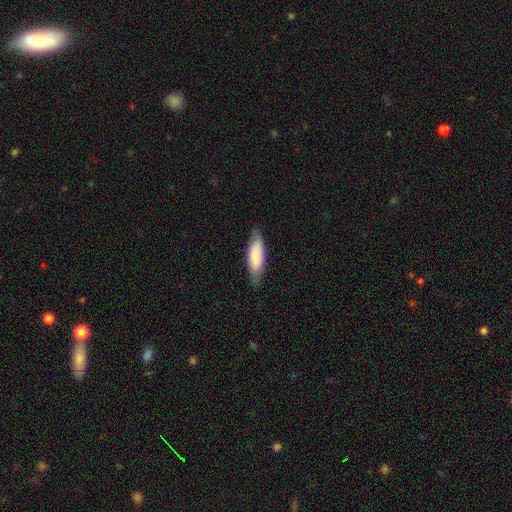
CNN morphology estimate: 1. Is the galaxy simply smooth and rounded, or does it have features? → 78% smooth, 17% featured or disk, 6% star or artifact.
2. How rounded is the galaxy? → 60% in between, 38% cigar-shaped, 2% round.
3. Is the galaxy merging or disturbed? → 78% none, 18% minor disturbance, 3% major disturbance, 1% merger.